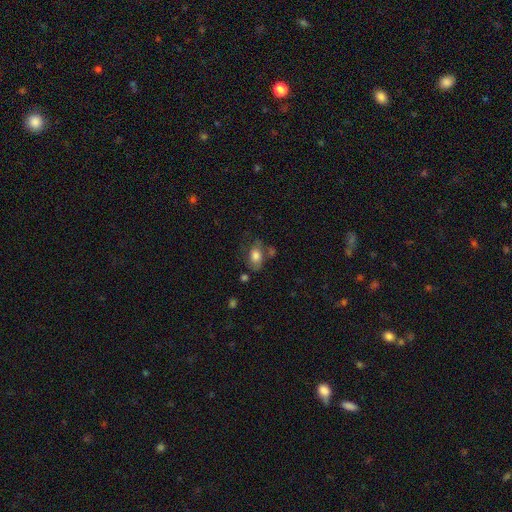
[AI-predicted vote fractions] Smooth or featured?
  - smooth: 75% *
  - featured or disk: 16%
  - star or artifact: 9%
How rounded?
  - in between: 83% *
  - round: 15%
  - cigar-shaped: 2%
Merging?
  - none: 52% *
  - minor disturbance: 25%
  - merger: 12%
  - major disturbance: 11%